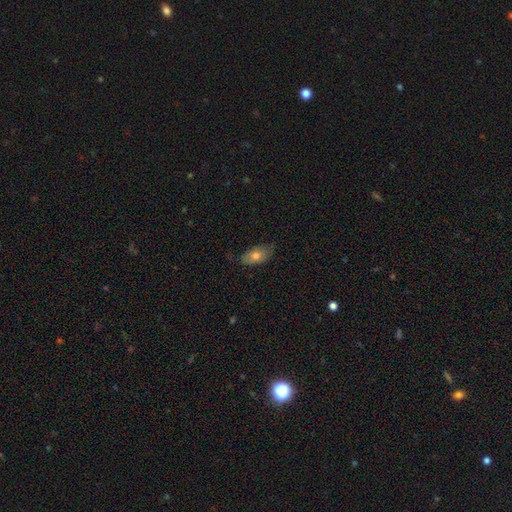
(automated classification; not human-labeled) The model was most divided on "merging": none: 68%, minor disturbance: 27%, major disturbance: 5%, merger: 1%. More confident: how rounded — in between (90%); smooth or featured — smooth (68%).